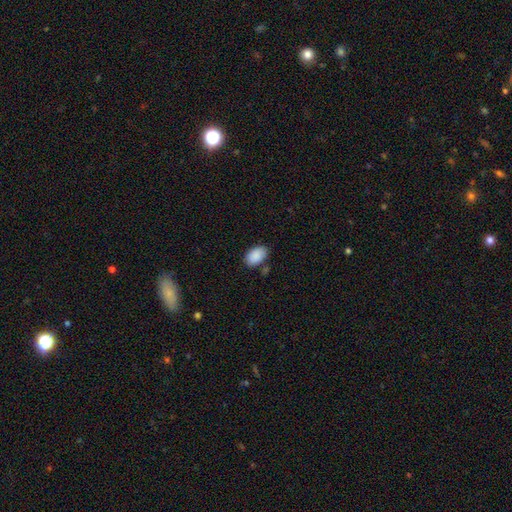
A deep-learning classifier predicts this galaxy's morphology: This appears to be a smooth galaxy with no disk features (89%) that is in between round and cigar-shaped (91%). Merging: none (77%).